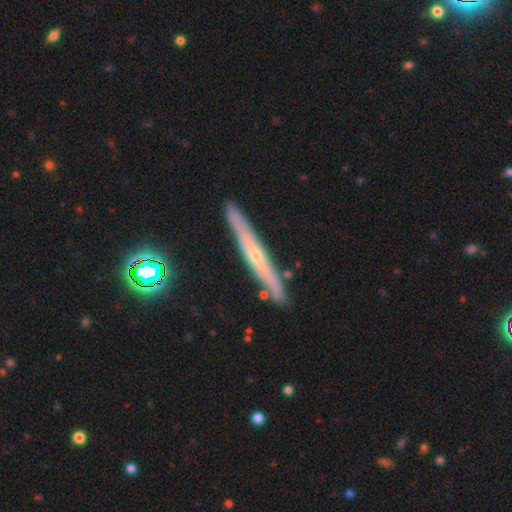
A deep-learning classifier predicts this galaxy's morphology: A featured or disk galaxy (69%) viewed edge-on (93%) with a rounded central bulge (66%). Merging: none (88%).